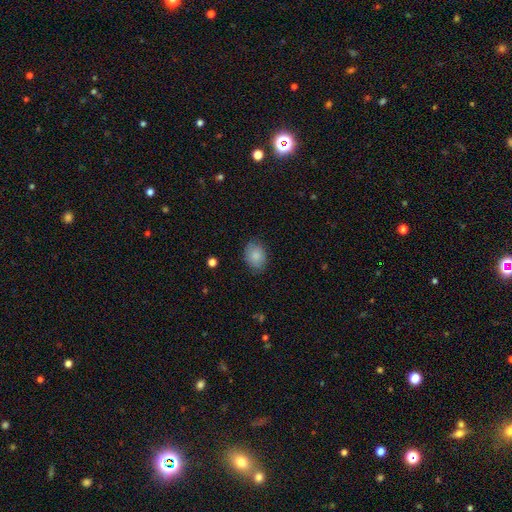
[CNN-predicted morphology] smooth-or-featured: smooth: 85% | featured or disk: 8% | star or artifact: 7%
  how-rounded: in between: 71% | round: 28% | cigar-shaped: 1%
  merging: none: 79% | minor disturbance: 16% | major disturbance: 4% | merger: 1%